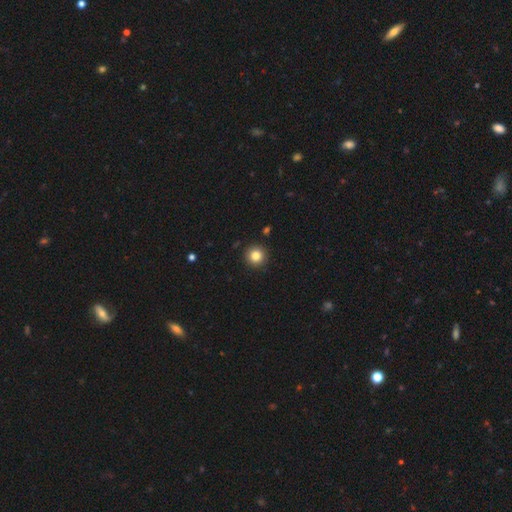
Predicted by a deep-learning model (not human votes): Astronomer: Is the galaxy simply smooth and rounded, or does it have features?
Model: smooth — 84%.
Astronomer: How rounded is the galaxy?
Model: round — 95%.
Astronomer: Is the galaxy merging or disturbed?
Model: none — 92%.